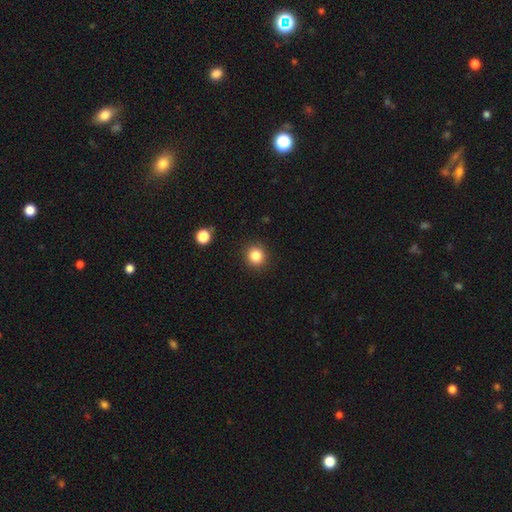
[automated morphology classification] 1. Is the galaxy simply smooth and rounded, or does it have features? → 84% smooth, 11% star or artifact, 5% featured or disk.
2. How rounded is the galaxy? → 92% round, 7% in between, 1% cigar-shaped.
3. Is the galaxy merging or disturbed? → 91% none, 6% minor disturbance, 2% major disturbance, 1% merger.